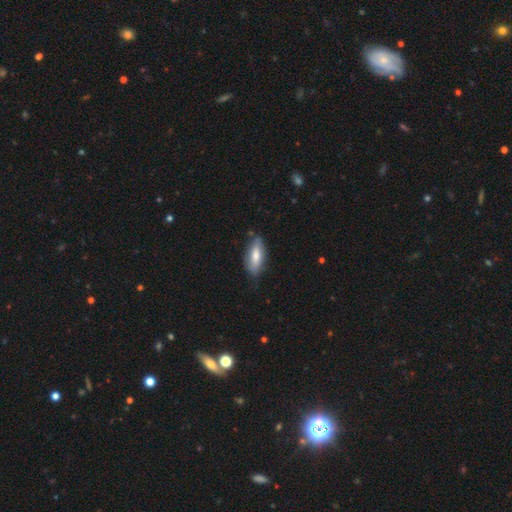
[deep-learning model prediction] Q: Smooth or featured?
A: smooth (70%); runner-up: featured or disk (24%)
Q: How rounded?
A: in between (74%); runner-up: cigar-shaped (24%)
Q: Merging?
A: none (77%); runner-up: minor disturbance (19%)